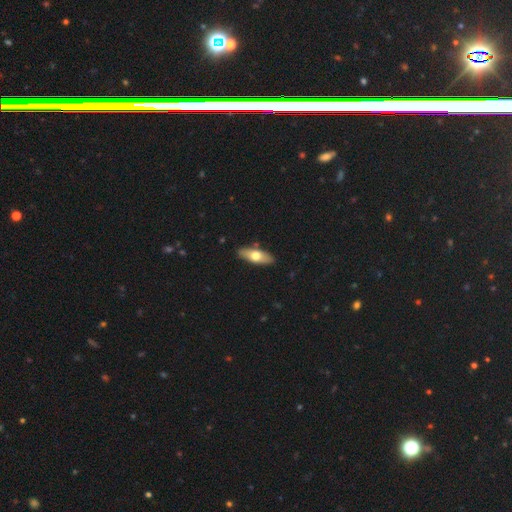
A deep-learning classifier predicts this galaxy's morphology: Smooth or featured: smooth — 60% (featured or disk — 34%)
How rounded: in between — 69% (cigar-shaped — 28%)
Merging: none — 88% (minor disturbance — 9%)